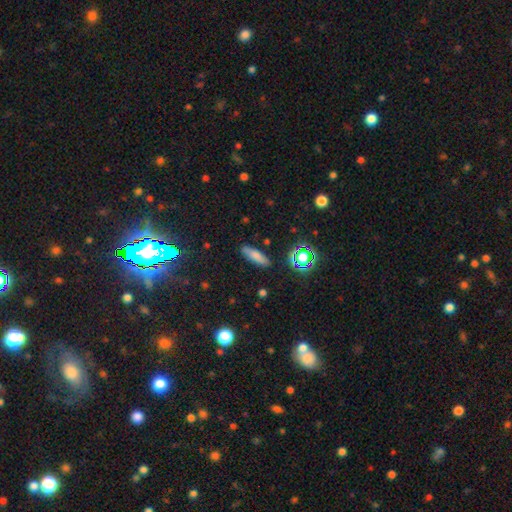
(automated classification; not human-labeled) The model was most divided on "how rounded": cigar-shaped: 54%, in between: 42%, round: 4%. More confident: merging — none (84%); smooth or featured — smooth (74%).